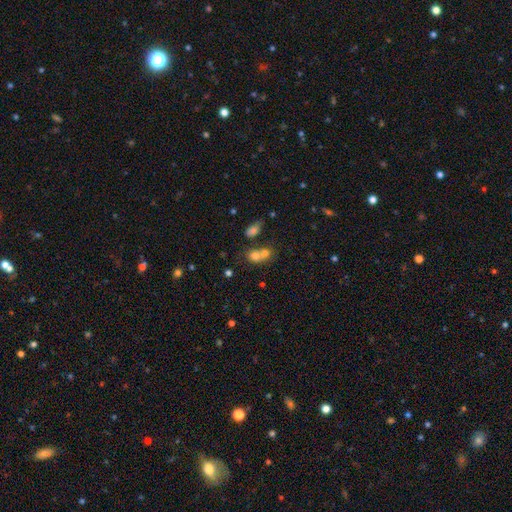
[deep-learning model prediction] The model was most divided on "how rounded": round: 52%, in between: 46%, cigar-shaped: 2%. More confident: smooth or featured — smooth (70%); merging — merger (61%).